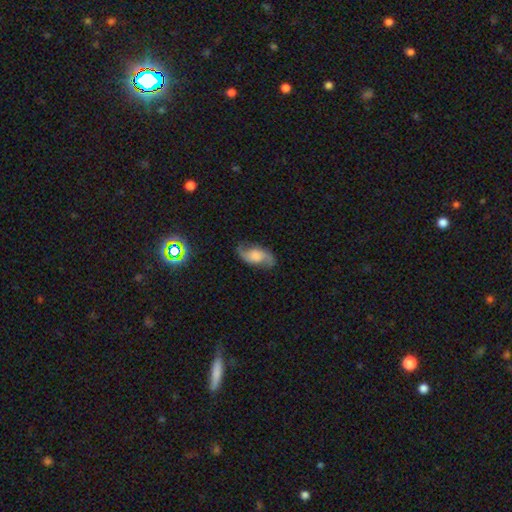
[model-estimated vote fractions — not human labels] This appears to be a featured or disk galaxy (72%) with no bar (60%), 2 (92%) loose (62%) spiral arms (94%) and a large central bulge (29%). Merging: none (75%).